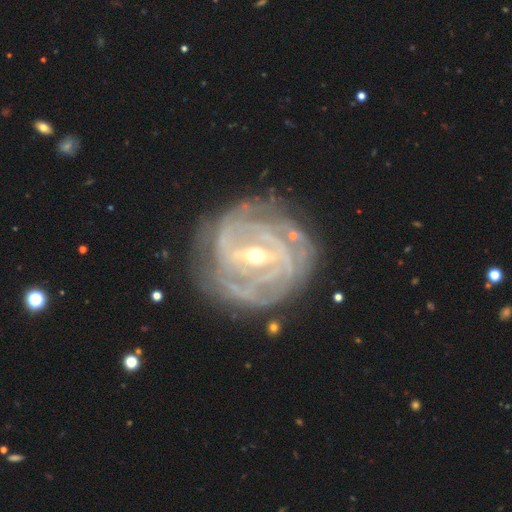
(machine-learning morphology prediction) This appears to be a featured or disk galaxy (90%) with a strong bar (60%), tight (77%) spiral arms (93%) and a moderate central bulge (49%). Merging: none (77%).